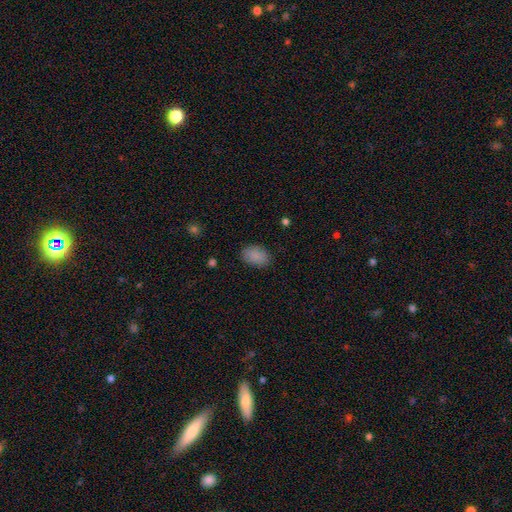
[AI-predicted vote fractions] Q: Smooth or featured?
A: smooth (88%); runner-up: star or artifact (8%)
Q: How rounded?
A: in between (83%); runner-up: round (16%)
Q: Merging?
A: none (84%); runner-up: minor disturbance (12%)